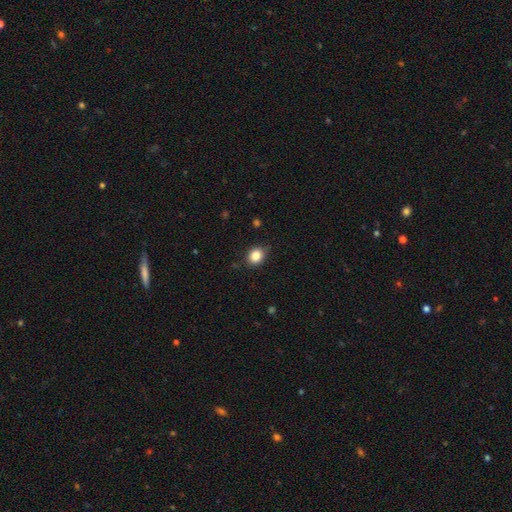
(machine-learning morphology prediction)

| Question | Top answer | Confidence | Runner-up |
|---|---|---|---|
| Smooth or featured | smooth | 85% | star or artifact (10%) |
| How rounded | round | 64% | in between (35%) |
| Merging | none | 80% | minor disturbance (16%) |